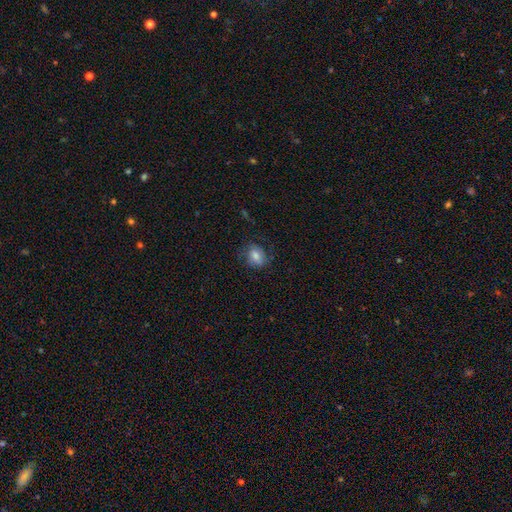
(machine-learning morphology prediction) Smooth or featured? Predicted: smooth (p=0.68). How rounded? Predicted: round (p=0.54). Merging? Predicted: none (p=0.69).